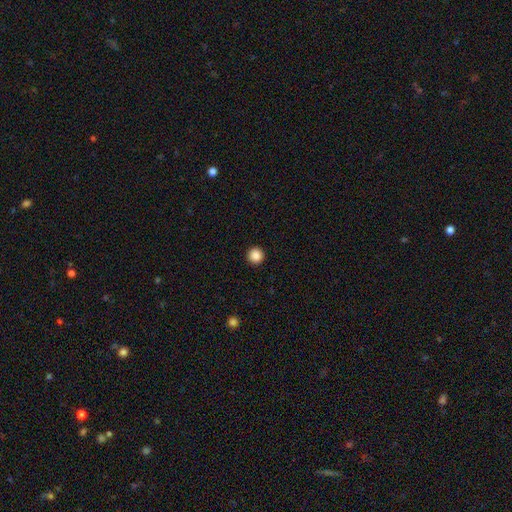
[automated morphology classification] smooth-or-featured: smooth: 87% | star or artifact: 10% | featured or disk: 3%
  how-rounded: round: 96% | in between: 3% | cigar-shaped: 1%
  merging: none: 94% | minor disturbance: 4% | major disturbance: 1% | merger: 1%